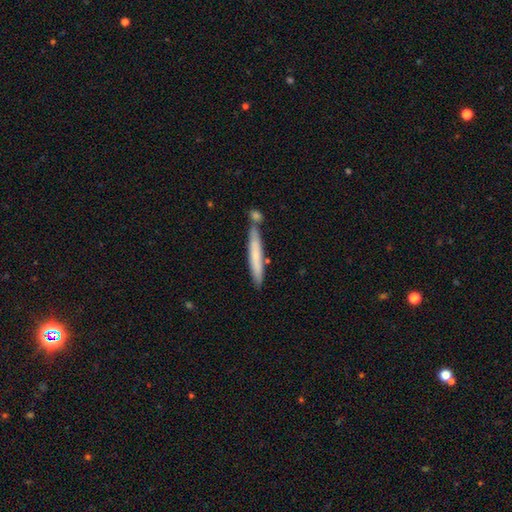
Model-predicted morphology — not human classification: Q: Smooth or featured?
A: smooth (63%); runner-up: featured or disk (32%)
Q: How rounded?
A: cigar-shaped (95%); runner-up: in between (4%)
Q: Merging?
A: none (68%); runner-up: merger (16%)